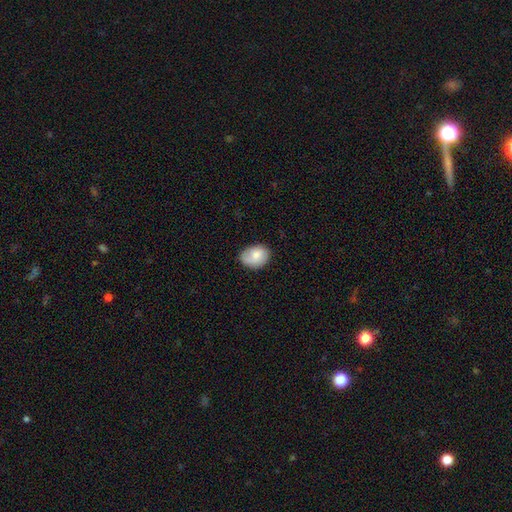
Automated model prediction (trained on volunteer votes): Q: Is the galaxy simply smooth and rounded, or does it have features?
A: smooth — 80%.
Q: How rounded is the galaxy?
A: in between — 63%.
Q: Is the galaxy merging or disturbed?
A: none — 70%.